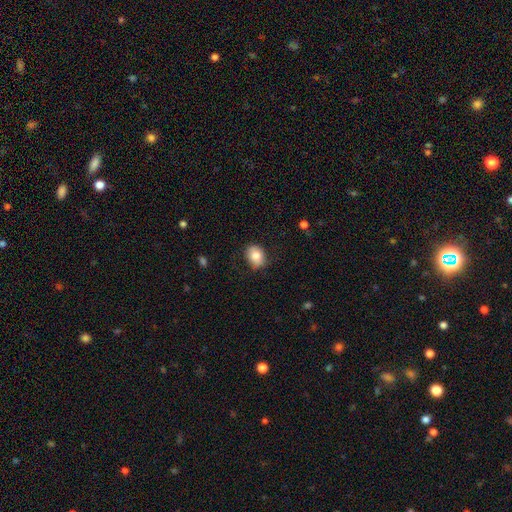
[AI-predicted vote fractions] Overall: smooth (81%). How rounded: in between (56%; round 43%). Merging: none (75%).